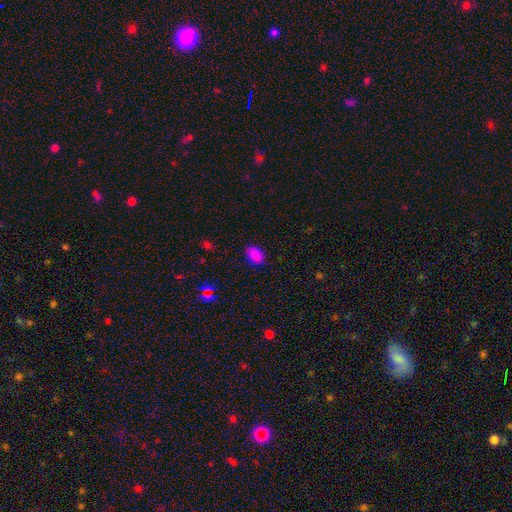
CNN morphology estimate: smooth 86%, star or artifact 11%, featured or disk 3%. Down the decision tree: how rounded — in between (83%); merging — none (84%).